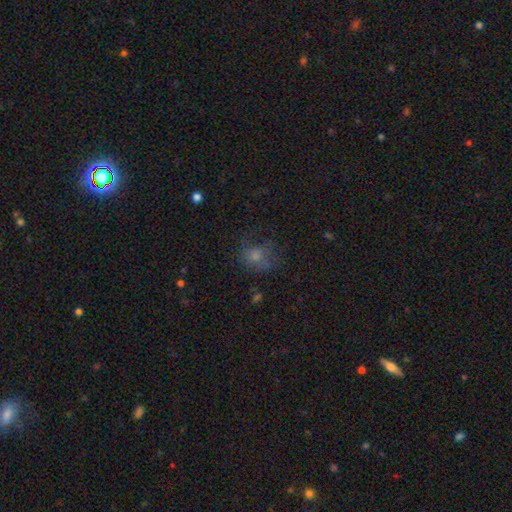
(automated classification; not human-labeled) A smooth galaxy with no disk features (54%) that is round (65%).

Vote fractions:
- Smooth or featured? smooth: 54% / star or artifact: 23% / featured or disk: 23%
- How rounded? round: 65% / in between: 34% / cigar-shaped: 1%
- Merging? none: 54% / major disturbance: 22% / minor disturbance: 22% / merger: 2%